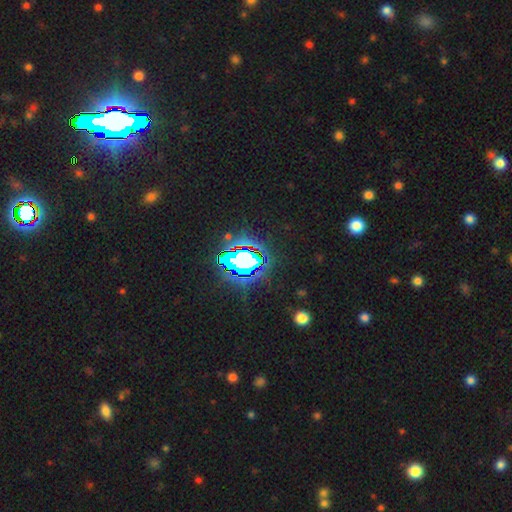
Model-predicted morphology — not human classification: Smooth or featured?
  - star or artifact: 82% *
  - smooth: 11%
  - featured or disk: 7%